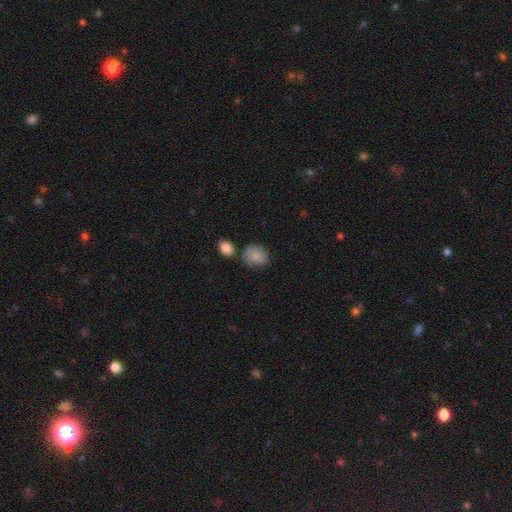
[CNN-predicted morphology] This appears to be a smooth galaxy with no disk features (87%) that is round (50%). Merging: none (67%).